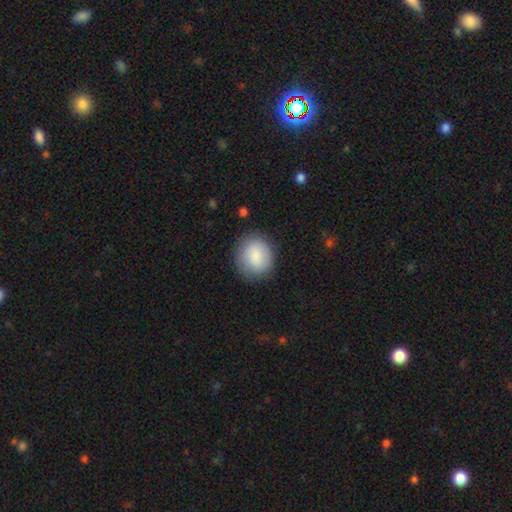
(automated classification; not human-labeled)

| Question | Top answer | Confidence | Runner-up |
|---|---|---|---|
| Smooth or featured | smooth | 85% | featured or disk (9%) |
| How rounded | round | 79% | in between (20%) |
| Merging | none | 83% | minor disturbance (12%) |